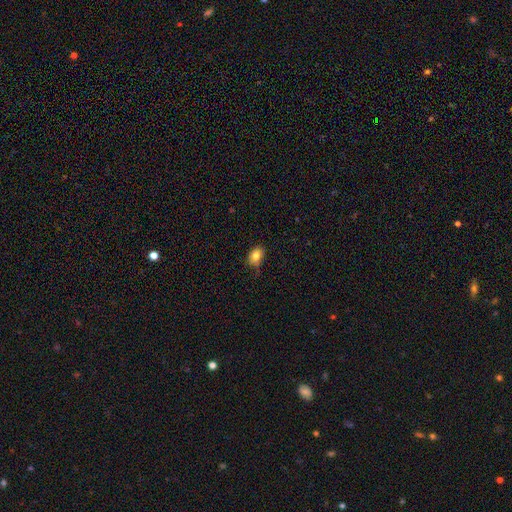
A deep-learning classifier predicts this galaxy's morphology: Smooth or featured?
  - smooth: 82% *
  - star or artifact: 10%
  - featured or disk: 8%
How rounded?
  - in between: 76% *
  - round: 23%
  - cigar-shaped: 1%
Merging?
  - none: 65% *
  - minor disturbance: 28%
  - major disturbance: 5%
  - merger: 2%